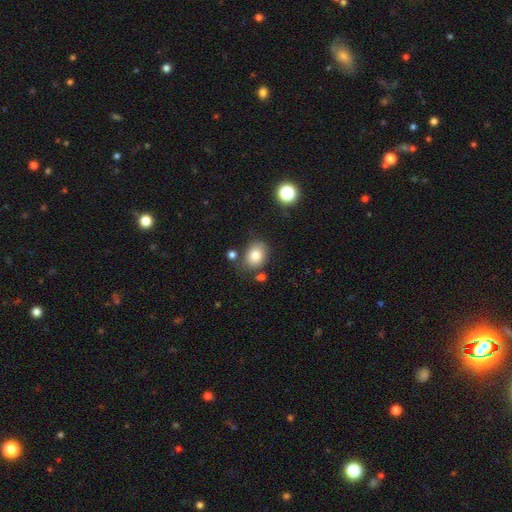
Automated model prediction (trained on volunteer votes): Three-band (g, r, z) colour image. It shows a smooth galaxy with no disk features (80%) that is in between round and cigar-shaped (56%). Merging: none (72%).